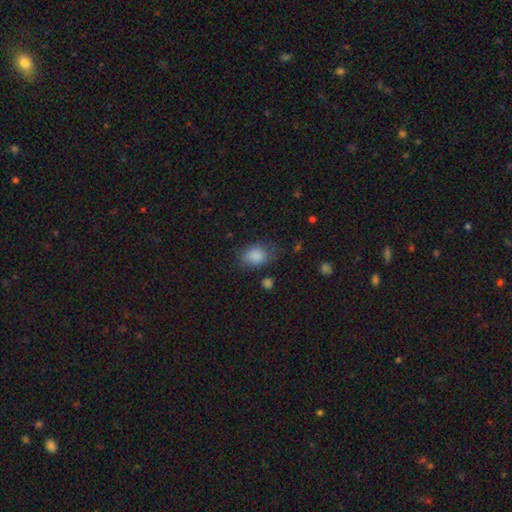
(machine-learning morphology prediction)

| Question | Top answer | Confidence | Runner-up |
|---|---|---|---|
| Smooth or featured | smooth | 86% | star or artifact (9%) |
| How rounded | in between | 65% | round (34%) |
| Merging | none | 66% | minor disturbance (24%) |